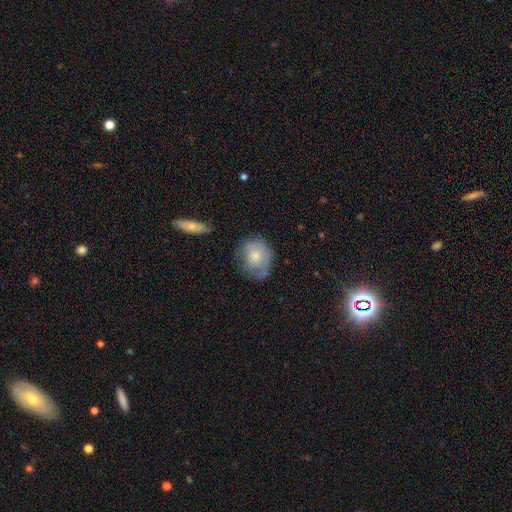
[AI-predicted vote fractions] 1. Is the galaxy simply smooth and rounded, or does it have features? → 67% smooth, 26% featured or disk, 7% star or artifact.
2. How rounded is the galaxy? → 66% round, 33% in between, 1% cigar-shaped.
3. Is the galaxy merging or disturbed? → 52% none, 32% minor disturbance, 14% major disturbance, 3% merger.